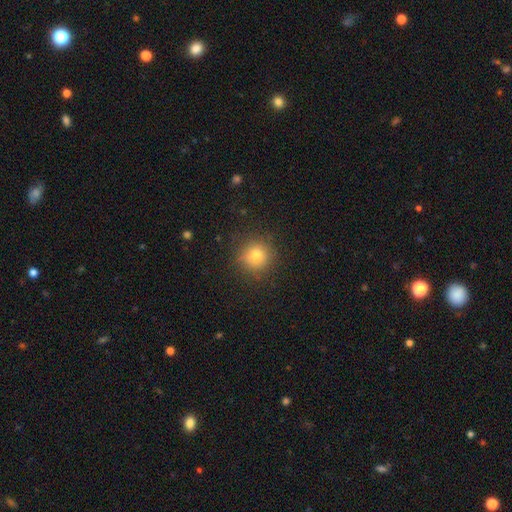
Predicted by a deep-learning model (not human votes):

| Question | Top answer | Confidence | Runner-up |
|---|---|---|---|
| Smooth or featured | smooth | 77% | star or artifact (14%) |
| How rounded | round | 93% | in between (6%) |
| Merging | none | 87% | minor disturbance (9%) |